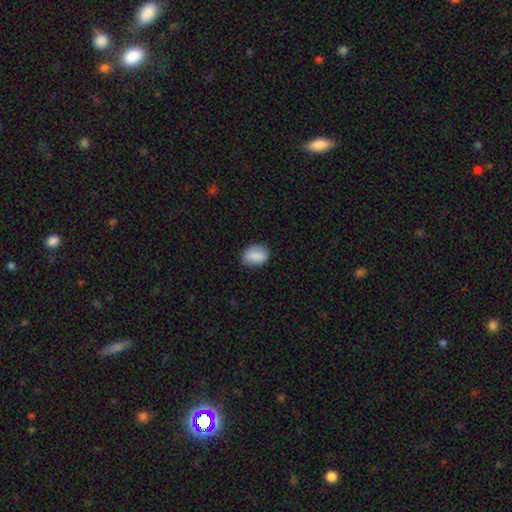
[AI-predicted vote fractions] Q: Smooth or featured?
A: smooth (86%); runner-up: star or artifact (7%)
Q: How rounded?
A: in between (66%); runner-up: round (33%)
Q: Merging?
A: none (75%); runner-up: minor disturbance (20%)